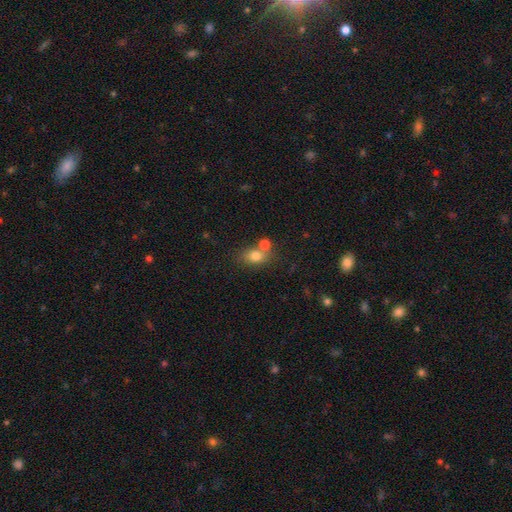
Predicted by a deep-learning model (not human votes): smooth-or-featured: smooth: 78% | star or artifact: 11% | featured or disk: 11%
  how-rounded: in between: 59% | round: 39% | cigar-shaped: 2%
  merging: none: 49% | merger: 34% | minor disturbance: 12% | major disturbance: 5%